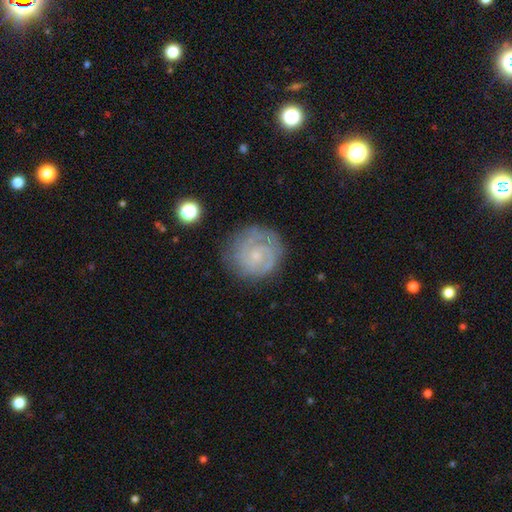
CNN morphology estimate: Overall: featured or disk (80%). Edge-on disk: no (98%). Bar: no (71%). Spiral arms: yes (95%). Spiral arm count: 2 (50%; can't tell 20%). Spiral winding: tight (72%). Bulge size: small (72%). Merging: none (79%).